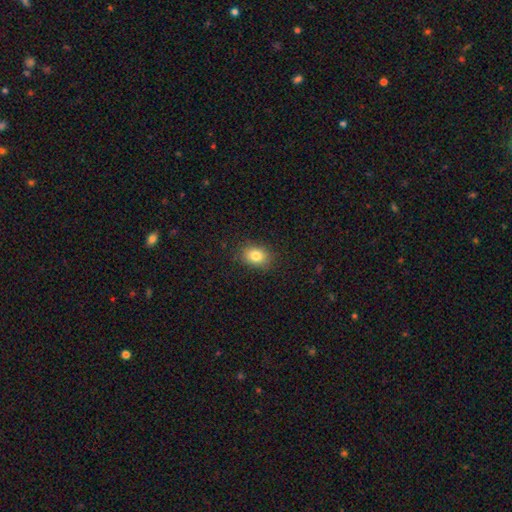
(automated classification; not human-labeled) Overall: smooth (82%). How rounded: in between (63%; round 36%). Merging: none (86%).